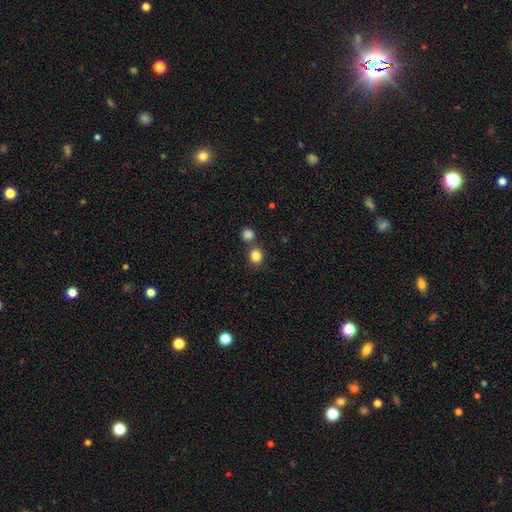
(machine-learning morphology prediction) Overall: smooth (84%). How rounded: round (77%). Merging: none (71%).